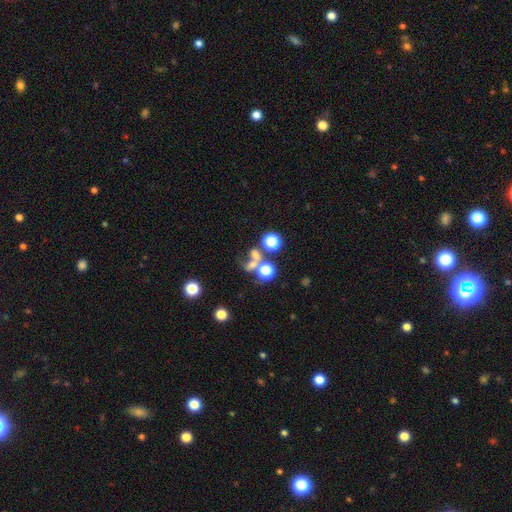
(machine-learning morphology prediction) Smooth or featured: smooth — 51% (star or artifact — 29%)
How rounded: round — 66% (in between — 32%)
Merging: merger — 42% (none — 35%)